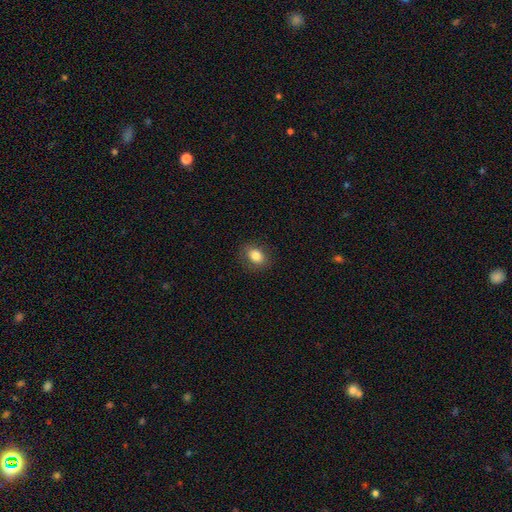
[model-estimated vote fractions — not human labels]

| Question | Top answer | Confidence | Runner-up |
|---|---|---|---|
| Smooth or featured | smooth | 83% | star or artifact (9%) |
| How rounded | in between | 66% | round (33%) |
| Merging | none | 86% | minor disturbance (10%) |